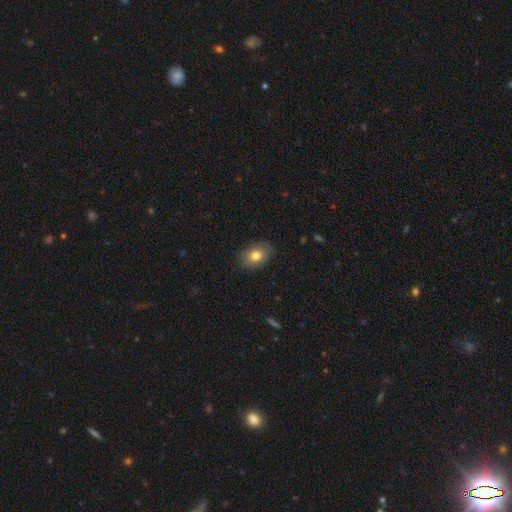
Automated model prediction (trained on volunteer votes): Morphology: type=smooth (79%); roundness=in between (75%); merging=none (86%).